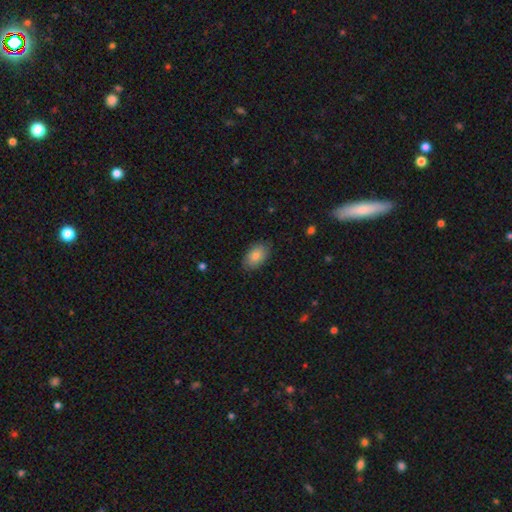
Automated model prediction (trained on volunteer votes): Smooth or featured?
  - smooth: 80% *
  - featured or disk: 13%
  - star or artifact: 7%
How rounded?
  - in between: 91% *
  - round: 8%
  - cigar-shaped: 2%
Merging?
  - none: 83% *
  - minor disturbance: 13%
  - major disturbance: 3%
  - merger: 1%